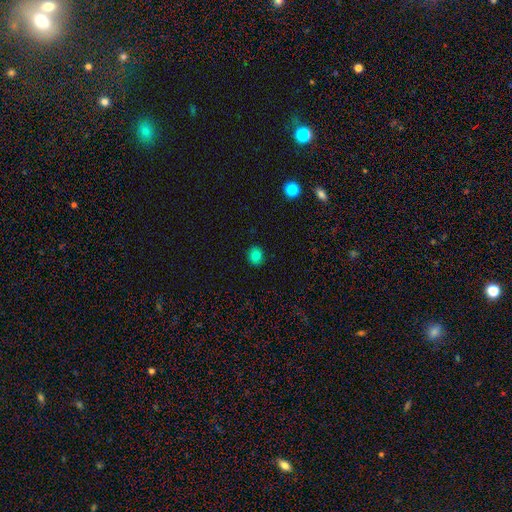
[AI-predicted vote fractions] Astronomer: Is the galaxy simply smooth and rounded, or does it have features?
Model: smooth — 83%.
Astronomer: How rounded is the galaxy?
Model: round — 68%.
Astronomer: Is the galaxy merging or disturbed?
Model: none — 89%.